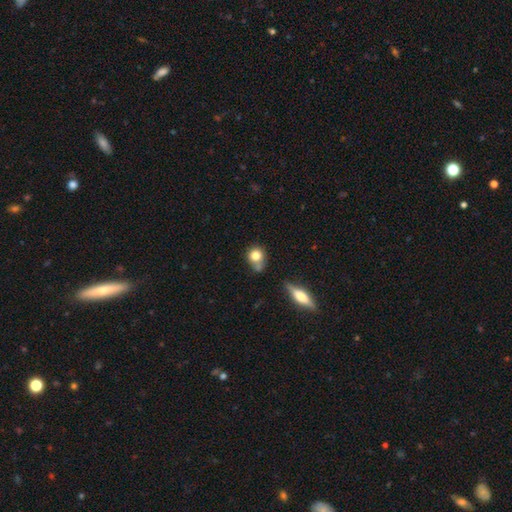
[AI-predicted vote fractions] Overall: smooth (78%). How rounded: round (76%). Merging: none (49%; minor disturbance 22%).